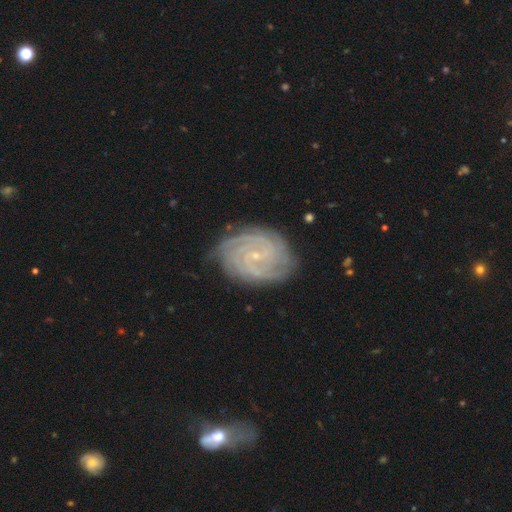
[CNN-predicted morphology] smooth-or-featured: featured or disk: 88% | star or artifact: 6% | smooth: 6%
  disk-edge-on: no: 98% | yes: 2%
    bar: no: 60% | weak: 31% | strong: 9%
    has-spiral-arms: yes: 98% | no: 2%
      spiral-winding: tight: 79% | medium: 18% | loose: 3%
      spiral-arm-count: 4: 21% | can't tell: 20% | 3: 20% | 2: 20% | more than 4: 11% | 1: 8%
    bulge-size: small: 87% | moderate: 9% | none: 2% | large: 1% | dominant: 1%
  merging: none: 81% | minor disturbance: 14% | major disturbance: 4% | merger: 1%